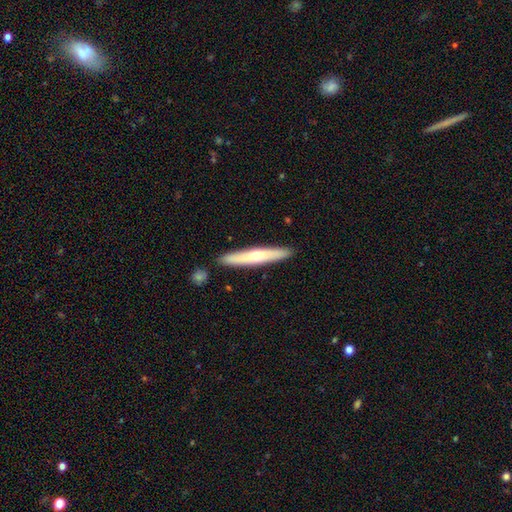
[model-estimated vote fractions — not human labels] This is possibly a featured or disk galaxy (53%). It is clearly viewed edge-on (91%). Merging: clearly none (88%).